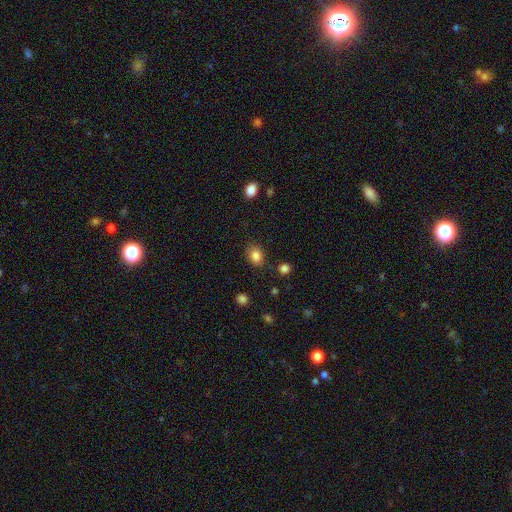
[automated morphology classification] smooth 84%, star or artifact 10%, featured or disk 5%. Down the decision tree: how rounded — in between (53%); merging — none (81%).